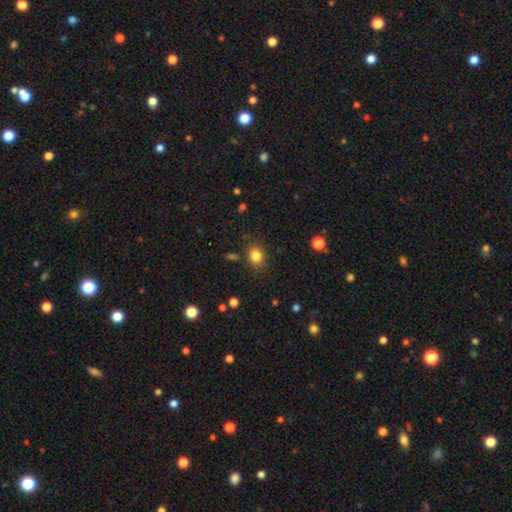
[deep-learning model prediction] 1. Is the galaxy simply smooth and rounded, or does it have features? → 83% smooth, 12% star or artifact, 6% featured or disk.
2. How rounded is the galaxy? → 62% round, 37% in between, 1% cigar-shaped.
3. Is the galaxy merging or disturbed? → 83% none, 11% minor disturbance, 3% major disturbance, 3% merger.